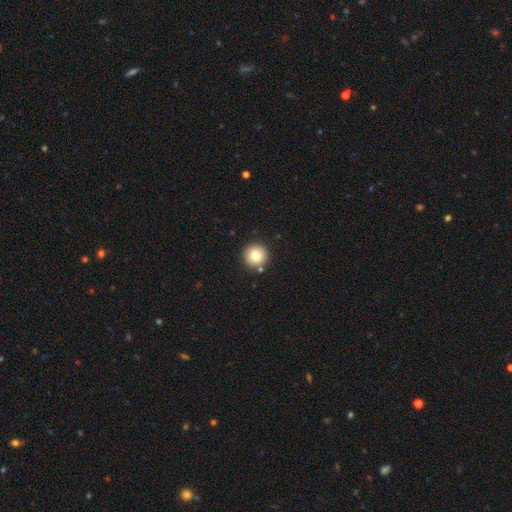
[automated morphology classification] smooth_or_featured: smooth (p=0.79) [alt: star or artifact p=0.10]
how_rounded: round (p=0.96) [alt: in between p=0.03]
merging: none (p=0.88) [alt: minor disturbance p=0.06]